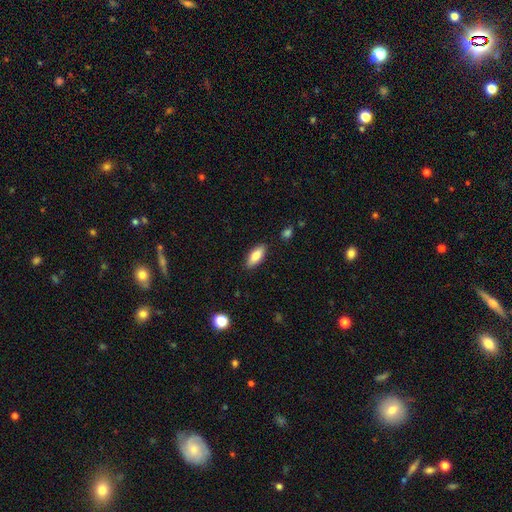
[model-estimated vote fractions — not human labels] smooth_or_featured: smooth (p=0.80) [alt: featured or disk p=0.13]
how_rounded: in between (p=0.79) [alt: cigar-shaped p=0.19]
merging: none (p=0.88) [alt: minor disturbance p=0.09]